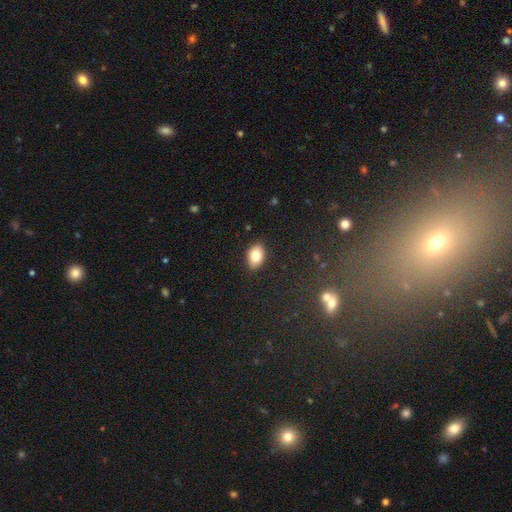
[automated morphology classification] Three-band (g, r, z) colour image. It shows a smooth galaxy with no disk features (81%) that is in between round and cigar-shaped (87%). Merging: none (88%).